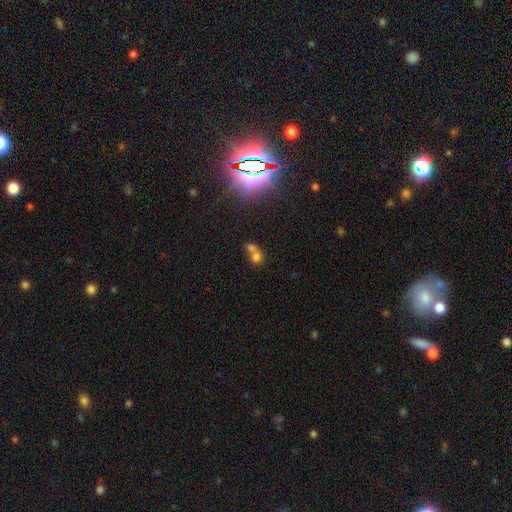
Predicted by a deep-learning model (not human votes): Overall: smooth (70%). How rounded: round (70%). Merging: merger (64%; none 27%).